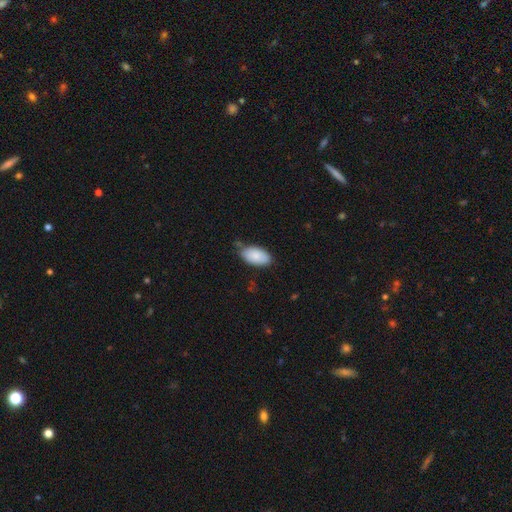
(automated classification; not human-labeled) smooth 86%, featured or disk 8%, star or artifact 6%. Down the decision tree: how rounded — in between (95%); merging — none (69%).